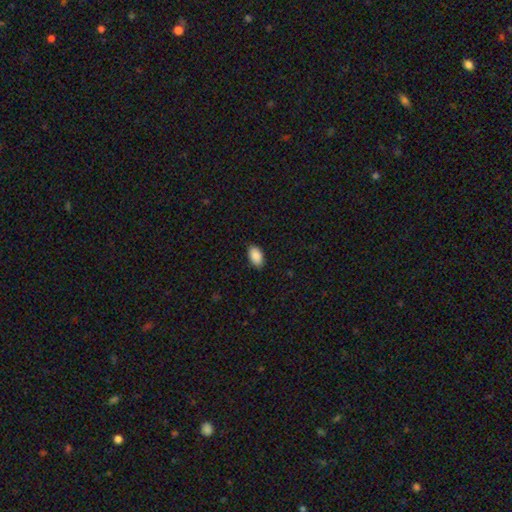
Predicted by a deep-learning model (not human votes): Overall: smooth (90%). How rounded: in between (95%). Merging: none (86%).